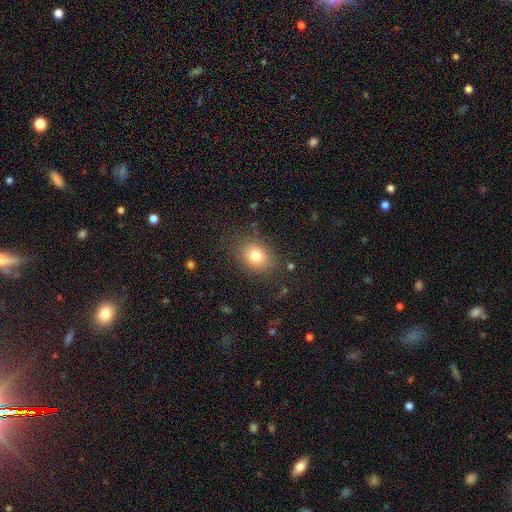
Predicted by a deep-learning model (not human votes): smooth_or_featured: smooth (p=0.78) [alt: star or artifact p=0.12]
how_rounded: in between (p=0.54) [alt: round p=0.45]
merging: none (p=0.80) [alt: minor disturbance p=0.13]